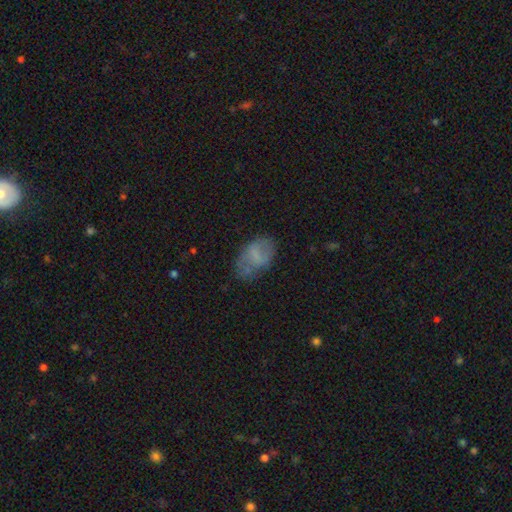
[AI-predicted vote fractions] Smooth or featured?
  - smooth: 54% *
  - featured or disk: 36%
  - star or artifact: 9%
How rounded?
  - in between: 88% *
  - round: 10%
  - cigar-shaped: 2%
Merging?
  - none: 58% *
  - minor disturbance: 26%
  - major disturbance: 13%
  - merger: 3%